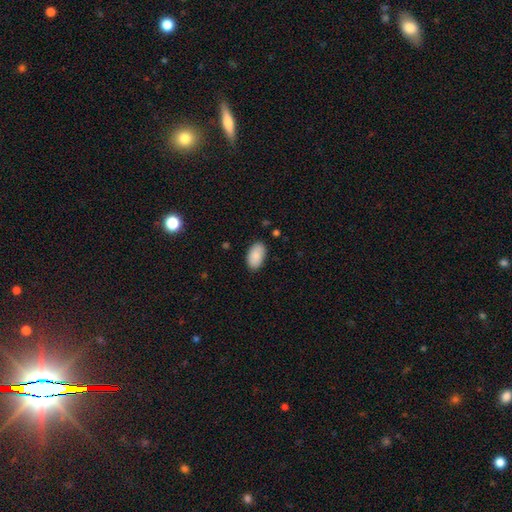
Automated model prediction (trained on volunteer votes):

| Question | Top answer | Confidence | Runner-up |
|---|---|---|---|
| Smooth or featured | smooth | 88% | star or artifact (6%) |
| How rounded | in between | 95% | round (4%) |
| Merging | none | 85% | minor disturbance (12%) |